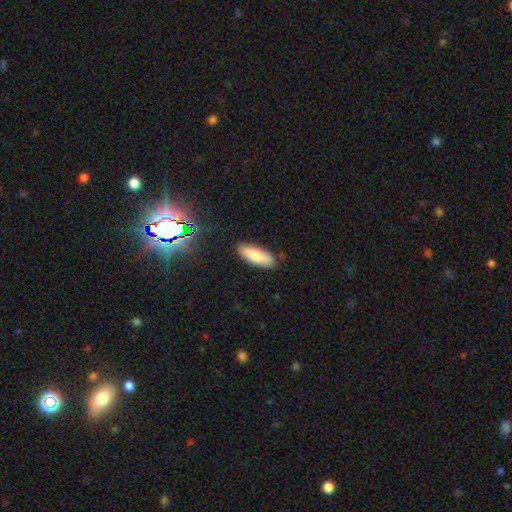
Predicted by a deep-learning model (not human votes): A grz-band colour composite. It shows a smooth galaxy with no disk features (80%) that is in between round and cigar-shaped (62%). Merging: none (85%).